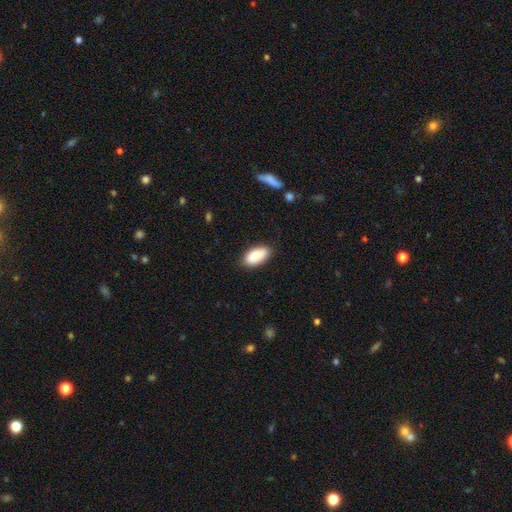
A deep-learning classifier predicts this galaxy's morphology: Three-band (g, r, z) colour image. It shows a smooth galaxy with no disk features (86%) that is in between round and cigar-shaped (94%). Merging: none (83%).